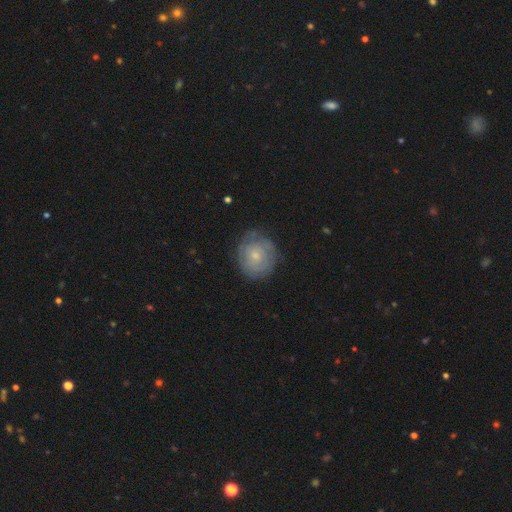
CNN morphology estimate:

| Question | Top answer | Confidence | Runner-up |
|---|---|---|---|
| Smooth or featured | featured or disk | 50% | smooth (42%) |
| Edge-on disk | no | 97% | yes (3%) |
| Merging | none | 76% | minor disturbance (17%) |